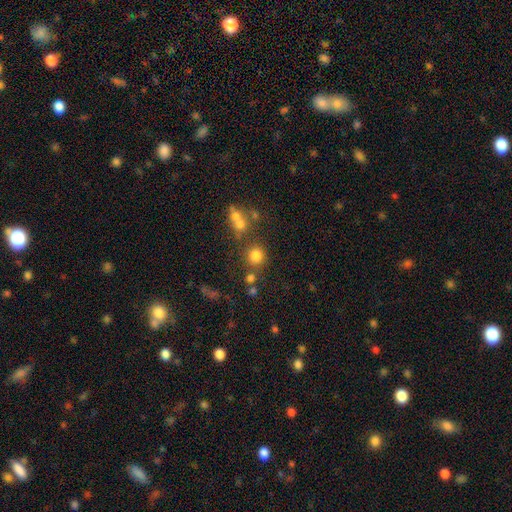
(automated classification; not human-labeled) Smooth or featured: smooth — 78% (star or artifact — 15%)
How rounded: round — 89% (in between — 10%)
Merging: none — 72% (merger — 14%)